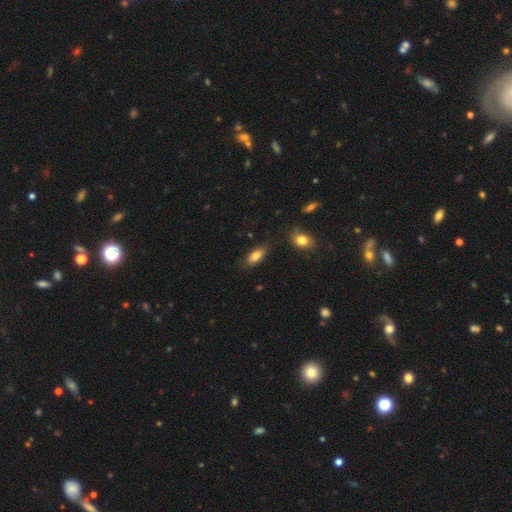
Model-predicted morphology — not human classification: Overall: smooth (81%). How rounded: in between (82%). Merging: none (80%).